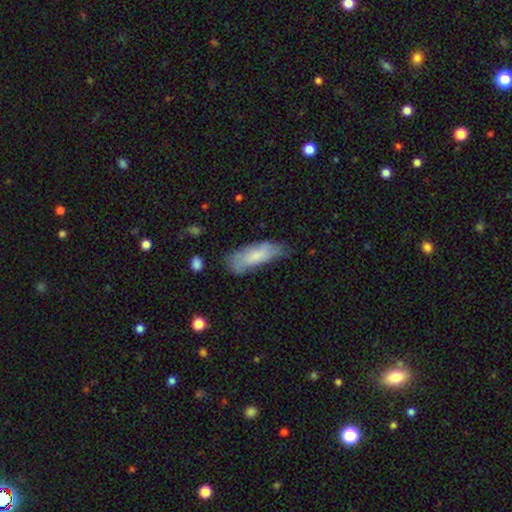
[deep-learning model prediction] Q: Smooth or featured?
A: smooth (72%); runner-up: featured or disk (21%)
Q: How rounded?
A: in between (65%); runner-up: cigar-shaped (33%)
Q: Merging?
A: none (49%); runner-up: minor disturbance (35%)